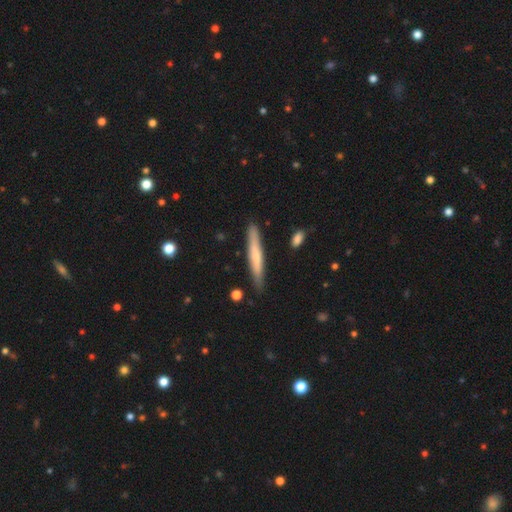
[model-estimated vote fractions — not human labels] A smooth galaxy with no disk features (56%) that is cigar-shaped (94%). Merging: none (86%).